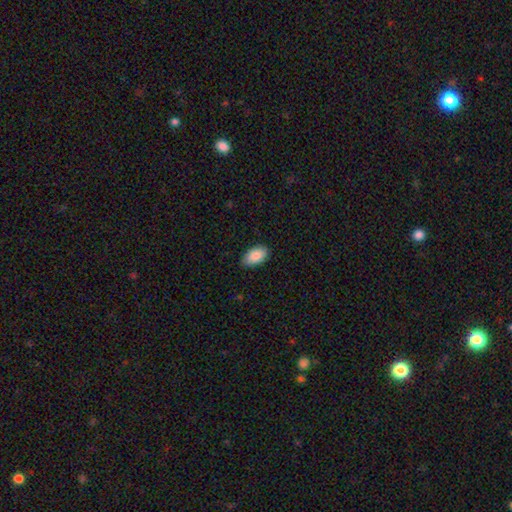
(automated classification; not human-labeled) smooth-or-featured: smooth: 89% | star or artifact: 6% | featured or disk: 5%
  how-rounded: in between: 95% | round: 3% | cigar-shaped: 2%
  merging: none: 85% | minor disturbance: 12% | major disturbance: 2% | merger: 1%